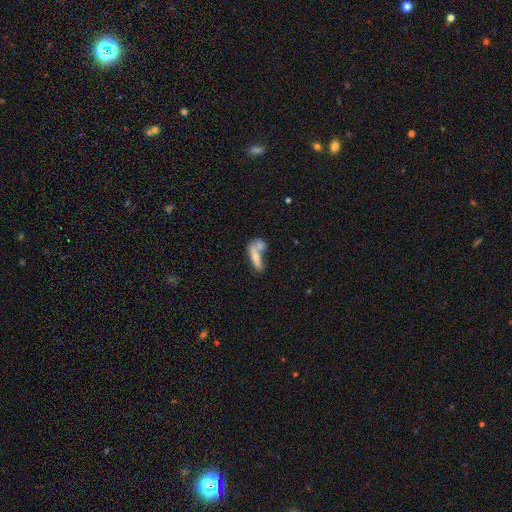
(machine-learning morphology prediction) Smooth or featured? smooth (61%)
How rounded? in between (47%, tied with cigar-shaped)
Merging? merger (54%)